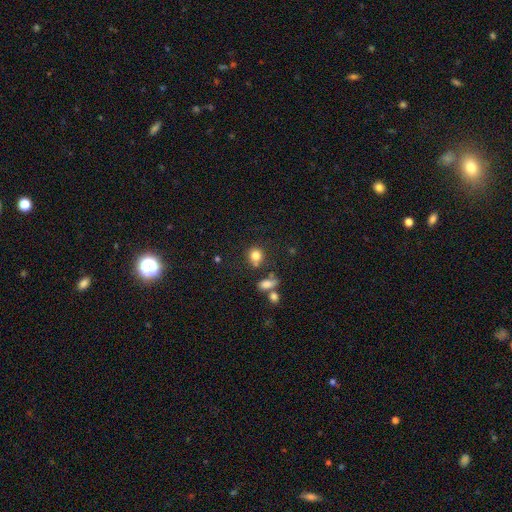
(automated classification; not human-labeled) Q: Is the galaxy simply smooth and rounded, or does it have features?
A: smooth — 81%.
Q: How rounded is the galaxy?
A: round — 77%.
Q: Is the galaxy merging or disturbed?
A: none — 62%.